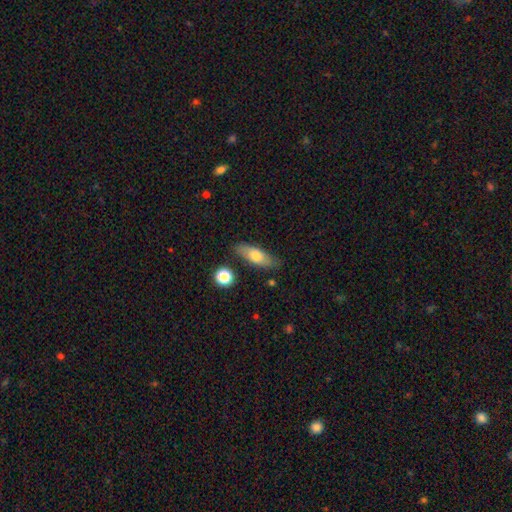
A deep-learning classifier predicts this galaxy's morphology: The model was most divided on "smooth or featured": smooth: 65%, featured or disk: 28%, star or artifact: 7%. More confident: merging — none (80%); how rounded — in between (68%).